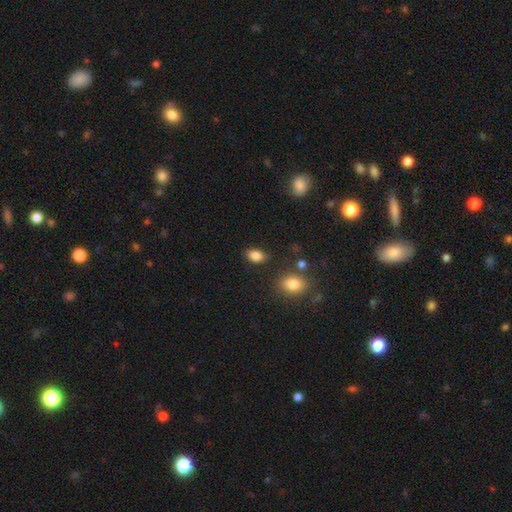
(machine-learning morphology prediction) type=smooth (86%); roundness=in between (80%); merging=none (81%).